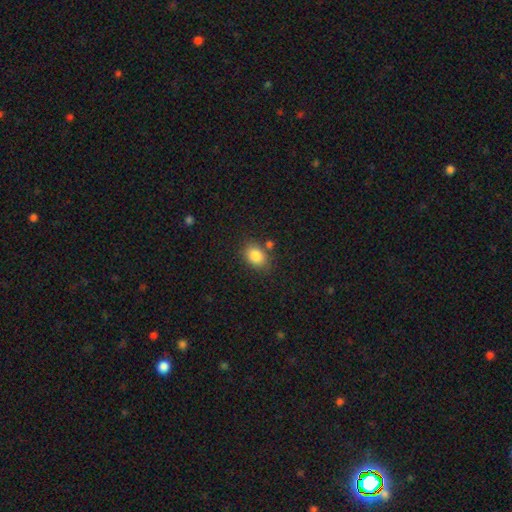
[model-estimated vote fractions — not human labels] Overall: smooth (85%). How rounded: in between (69%; round 30%). Merging: none (74%).